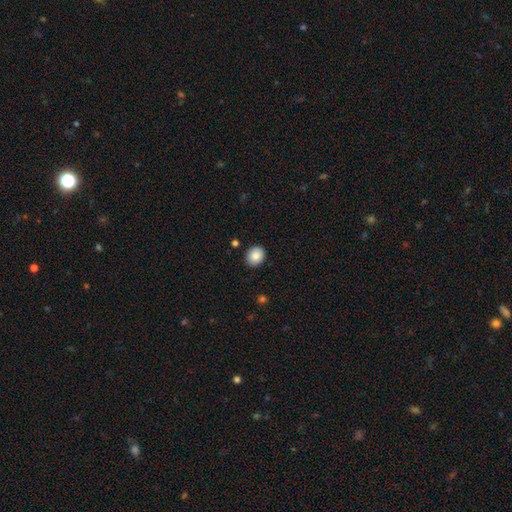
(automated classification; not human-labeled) This appears to be a smooth galaxy with no disk features (85%) that is round (68%). Merging: none (90%).